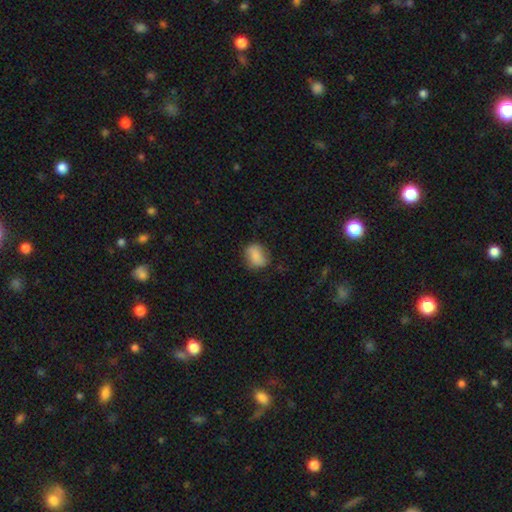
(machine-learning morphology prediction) Overall: smooth (81%). How rounded: in between (61%; round 37%). Merging: none (67%).